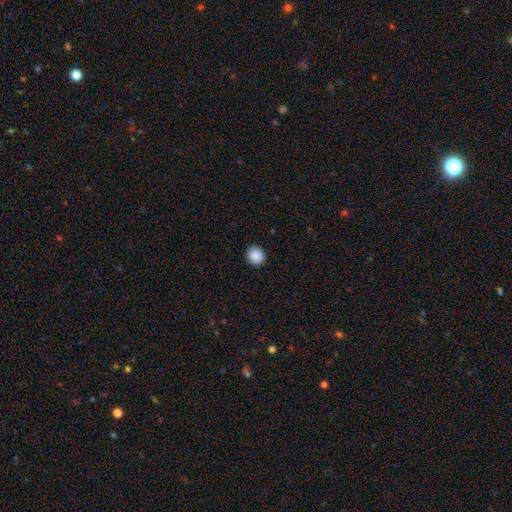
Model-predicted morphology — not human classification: This appears to be a smooth galaxy with no disk features (89%) that is round (86%). Merging: none (92%).